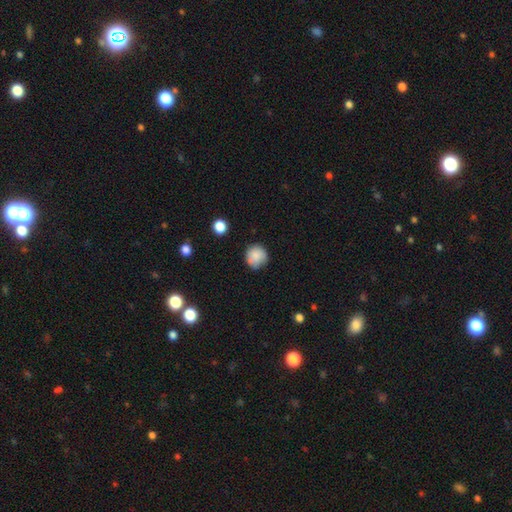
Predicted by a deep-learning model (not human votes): This is clearly a smooth galaxy (83%). How rounded: clearly round (90%). Merging: likely none (72%).